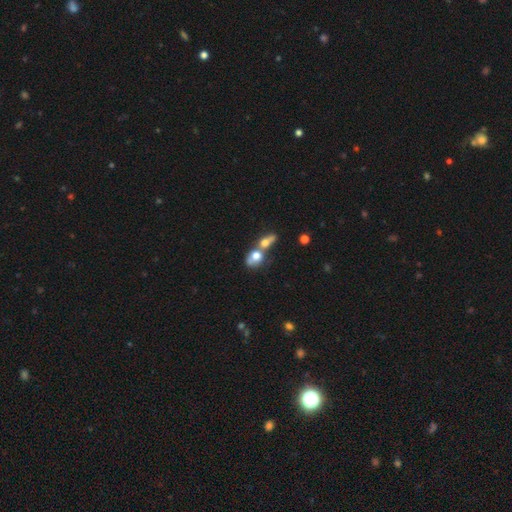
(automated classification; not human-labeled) Smooth or featured? smooth (65%)
How rounded? in between (53%)
Merging? merger (76%)